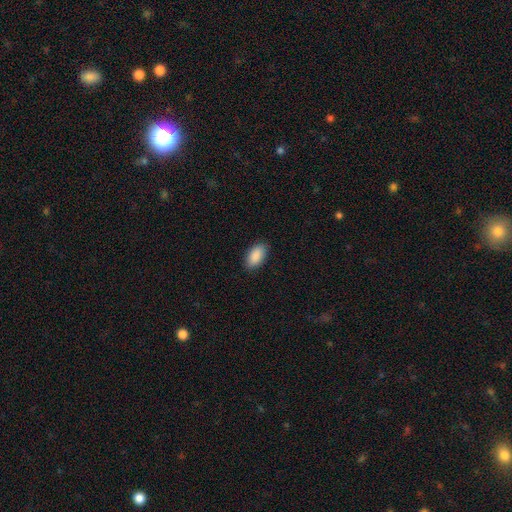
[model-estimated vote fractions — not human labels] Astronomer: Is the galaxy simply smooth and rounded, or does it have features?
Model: smooth — 90%.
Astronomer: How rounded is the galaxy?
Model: in between — 94%.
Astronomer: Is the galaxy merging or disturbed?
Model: none — 88%.